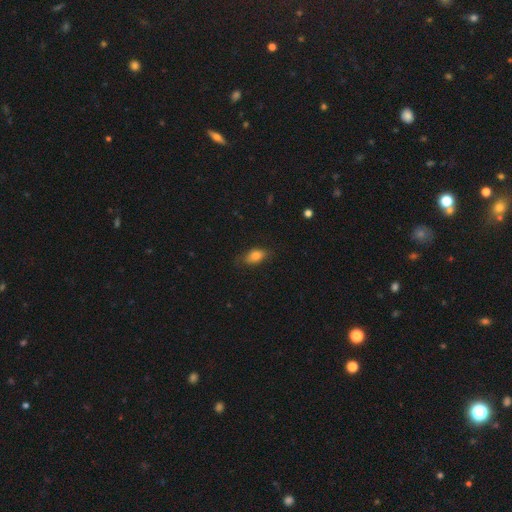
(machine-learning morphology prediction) Smooth or featured? Predicted: smooth (p=0.79). How rounded? Predicted: in between (p=0.86). Merging? Predicted: none (p=0.74).